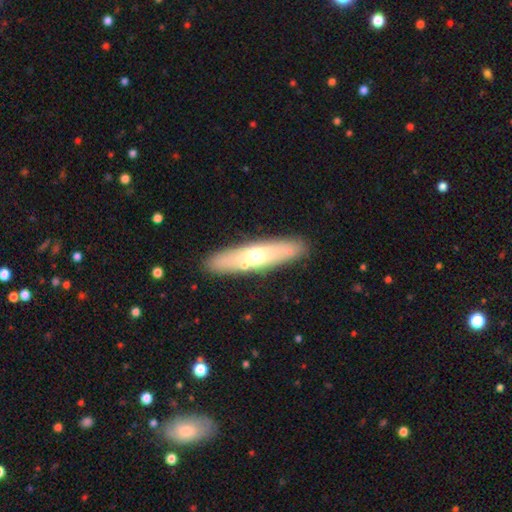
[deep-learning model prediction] smooth 51%, featured or disk 43%, star or artifact 6%. Down the decision tree: how rounded — cigar-shaped (70%); merging — none (84%).